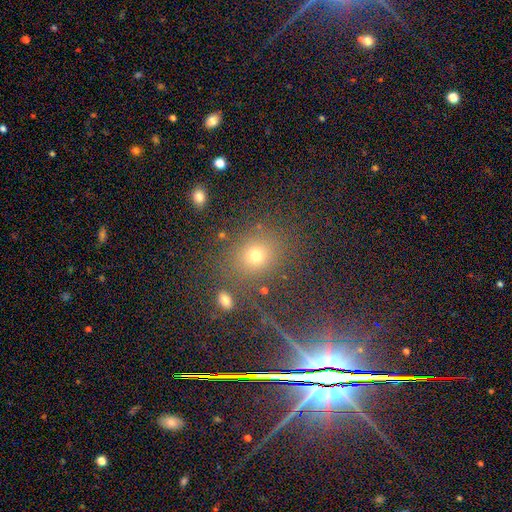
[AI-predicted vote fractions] Smooth or featured?
  - smooth: 64% *
  - star or artifact: 26%
  - featured or disk: 9%
How rounded?
  - round: 73% *
  - in between: 26%
  - cigar-shaped: 2%
Merging?
  - none: 80% *
  - minor disturbance: 10%
  - merger: 6%
  - major disturbance: 5%